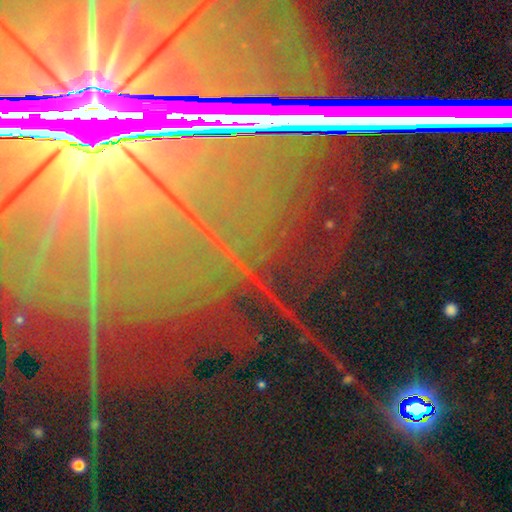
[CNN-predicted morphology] Q: Smooth or featured?
A: star or artifact (87%); runner-up: featured or disk (8%)